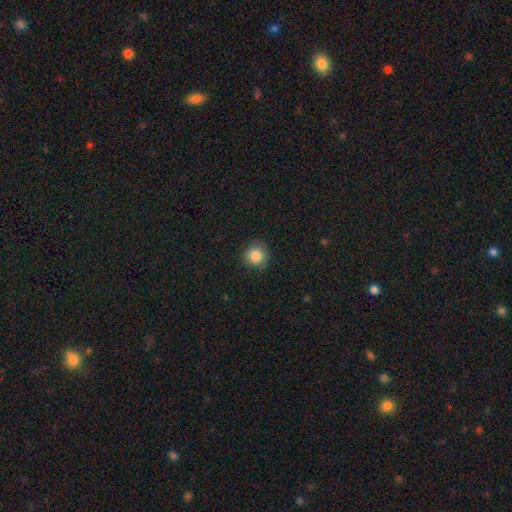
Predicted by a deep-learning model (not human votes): Smooth or featured? Predicted: smooth (p=0.84). How rounded? Predicted: round (p=0.88). Merging? Predicted: none (p=0.81).